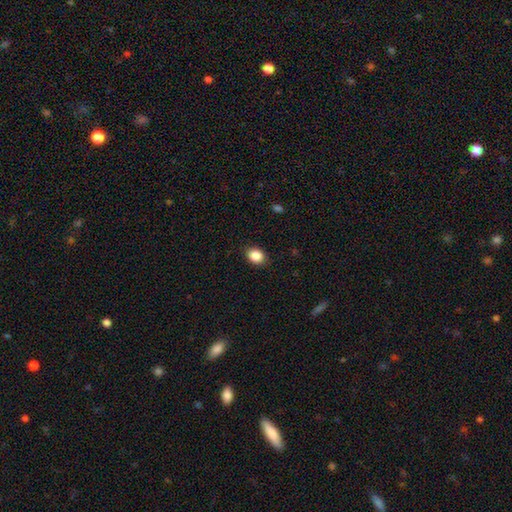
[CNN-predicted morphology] smooth_or_featured: smooth (p=0.87) [alt: star or artifact p=0.09]
how_rounded: in between (p=0.57) [alt: round p=0.42]
merging: none (p=0.89) [alt: minor disturbance p=0.08]